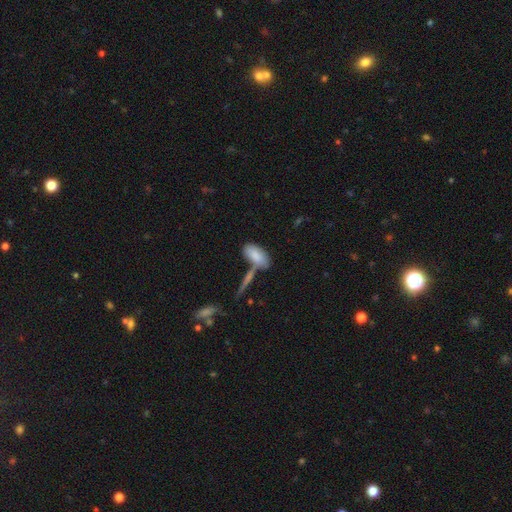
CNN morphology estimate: This appears to be a smooth galaxy with no disk features (81%) that is in between round and cigar-shaped (87%). Merging: none (48%).